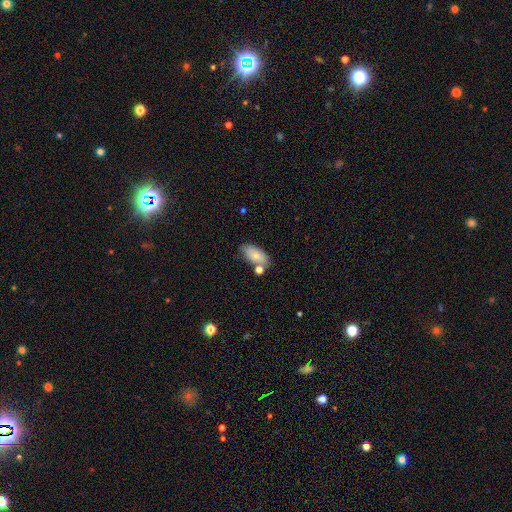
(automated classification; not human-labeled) Smooth or featured? smooth (76%)
How rounded? in between (92%)
Merging? none (64%)